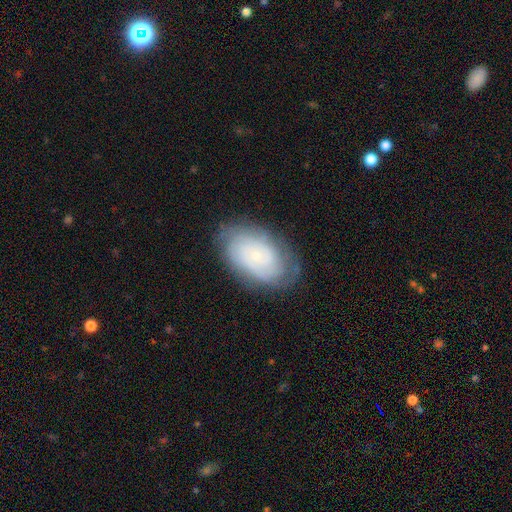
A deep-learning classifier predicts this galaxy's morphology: smooth-or-featured: featured or disk: 63% | smooth: 29% | star or artifact: 8%
  disk-edge-on: no: 95% | yes: 5%
    bar: no: 81% | weak: 16% | strong: 3%
    has-spiral-arms: yes: 84% | no: 16%
      spiral-winding: tight: 73% | medium: 21% | loose: 7%
      spiral-arm-count: can't tell: 56% | 2: 20% | 3: 9% | 4: 6% | 1: 4% | more than 4: 4%
    bulge-size: small: 81% | moderate: 12% | none: 4% | large: 2% | dominant: 1%
  merging: none: 75% | minor disturbance: 18% | major disturbance: 6% | merger: 1%